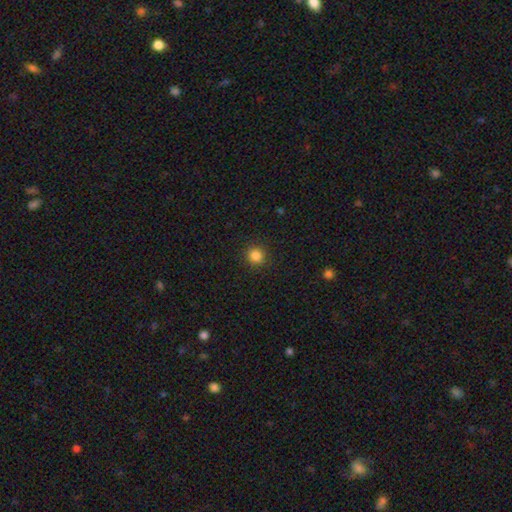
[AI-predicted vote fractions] Smooth or featured? smooth (85%)
How rounded? round (90%)
Merging? none (91%)